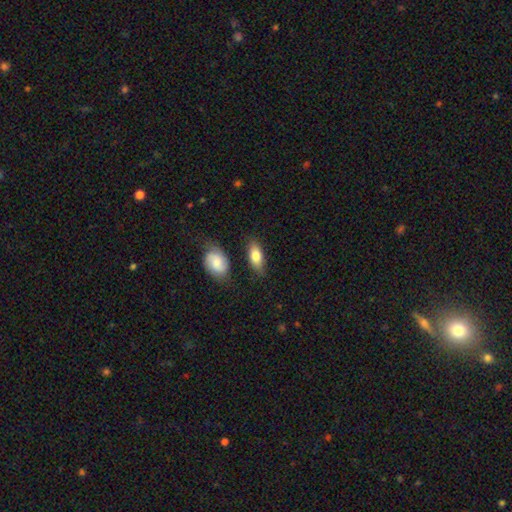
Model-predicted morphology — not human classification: Overall: smooth (78%). How rounded: in between (84%). Merging: none (75%).